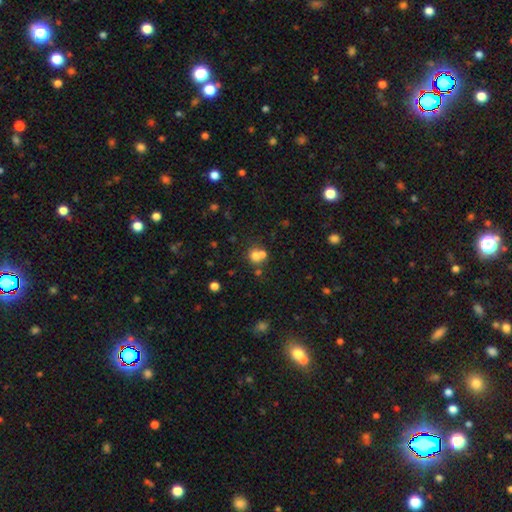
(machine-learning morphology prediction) smooth 69%, star or artifact 17%, featured or disk 14%. Down the decision tree: how rounded — round (83%); merging — merger (47%).